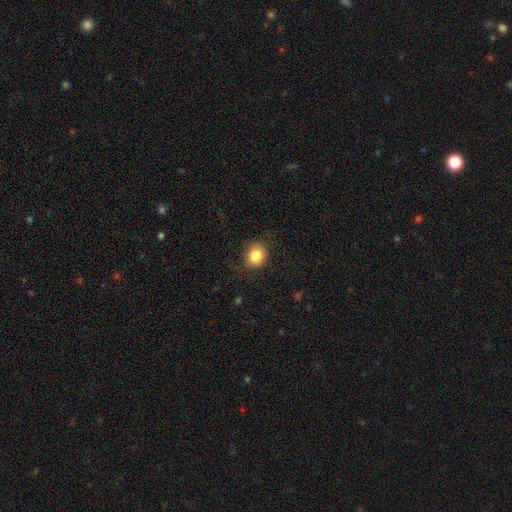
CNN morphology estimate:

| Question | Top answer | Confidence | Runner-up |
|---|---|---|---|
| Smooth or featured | smooth | 84% | star or artifact (10%) |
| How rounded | round | 73% | in between (26%) |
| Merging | none | 80% | minor disturbance (14%) |